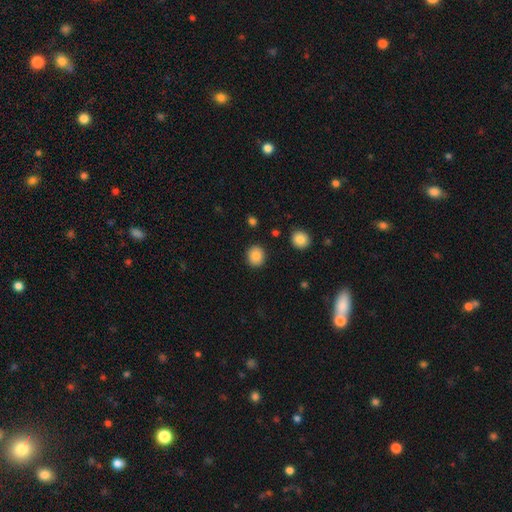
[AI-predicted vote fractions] A smooth galaxy with no disk features (86%) that is round (80%). Merging: none (90%).